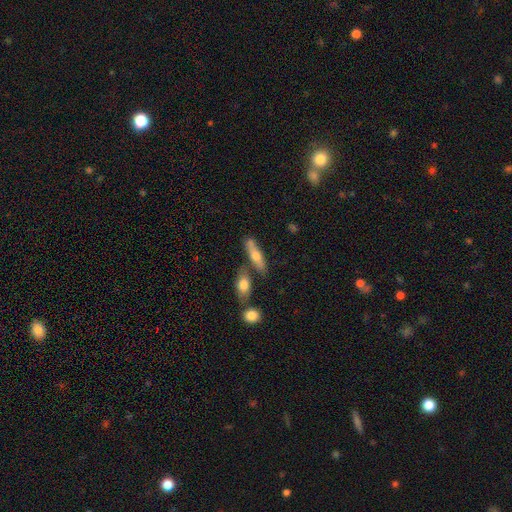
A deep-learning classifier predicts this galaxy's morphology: smooth-or-featured: smooth: 57% | featured or disk: 36% | star or artifact: 7%
  how-rounded: cigar-shaped: 60% | in between: 36% | round: 4%
  merging: none: 63% | merger: 19% | minor disturbance: 14% | major disturbance: 4%